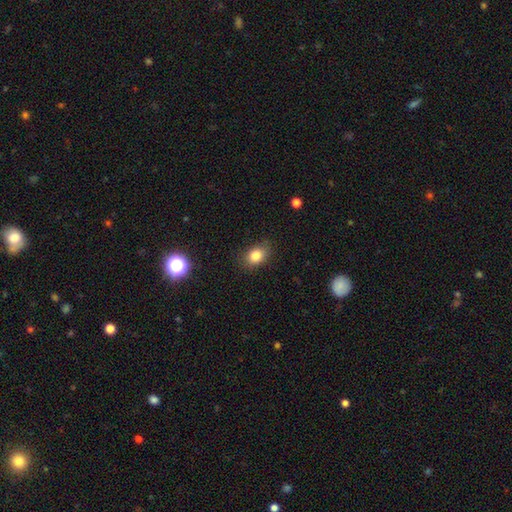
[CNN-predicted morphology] Smooth or featured? Predicted: smooth (p=0.82). How rounded? Predicted: in between (p=0.66). Merging? Predicted: none (p=0.81).